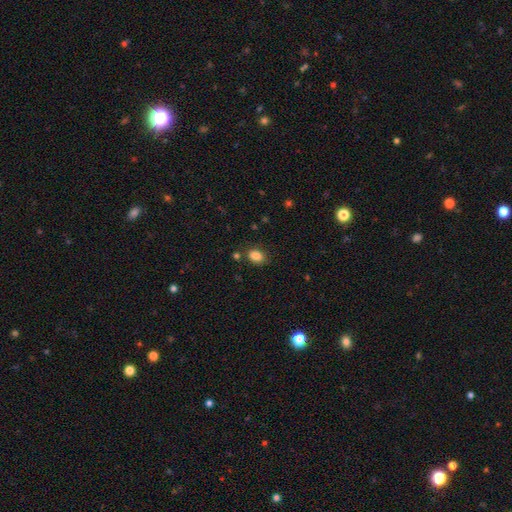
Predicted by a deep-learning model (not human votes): Smooth or featured? smooth (85%)
How rounded? in between (73%)
Merging? none (81%)